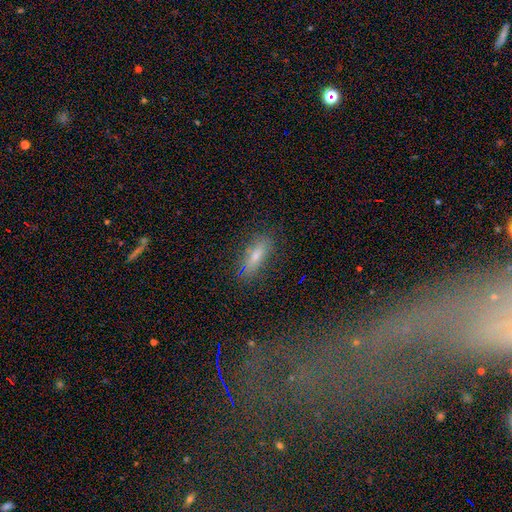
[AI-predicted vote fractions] smooth-or-featured: smooth: 56% | featured or disk: 28% | star or artifact: 16%
  how-rounded: cigar-shaped: 48% | in between: 47% | round: 5%
  merging: none: 81% | minor disturbance: 13% | major disturbance: 4% | merger: 2%